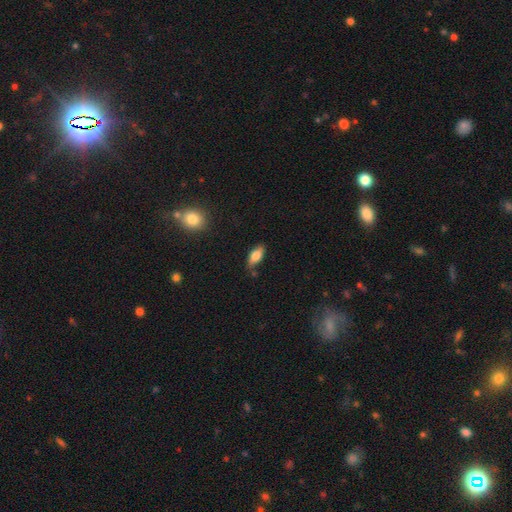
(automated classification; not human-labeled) Overall: smooth (76%). How rounded: in between (81%). Merging: none (72%).